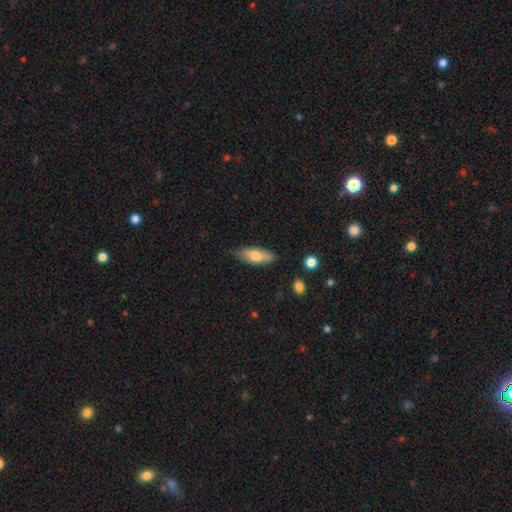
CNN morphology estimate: type=smooth (74%); roundness=in between (70%); merging=none (74%).